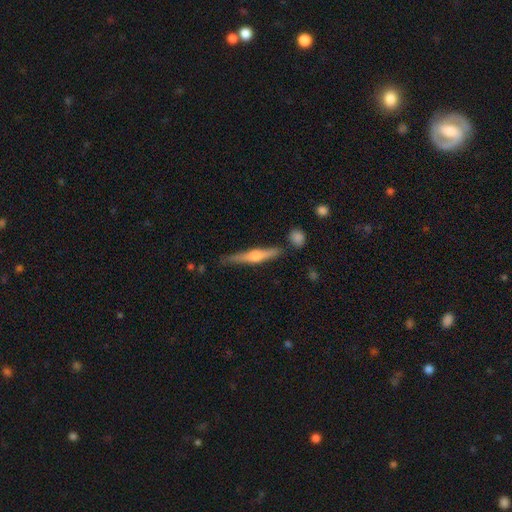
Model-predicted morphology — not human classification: This is likely a featured or disk galaxy (67%). It is clearly viewed edge-on (97%). Edge-on bulge: clearly rounded (91%). Merging: likely none (78%).